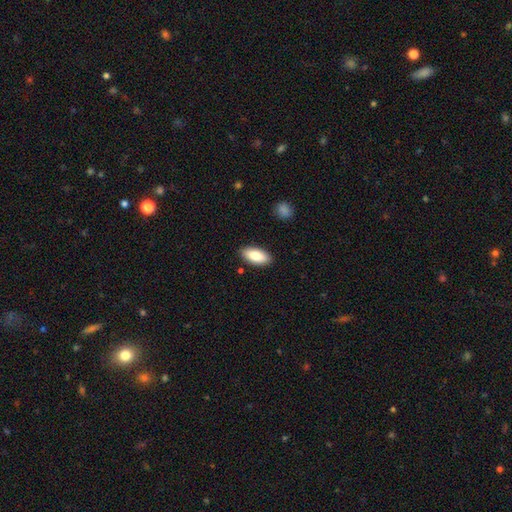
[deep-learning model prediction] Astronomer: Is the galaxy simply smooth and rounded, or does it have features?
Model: smooth — 85%.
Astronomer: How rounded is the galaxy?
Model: in between — 90%.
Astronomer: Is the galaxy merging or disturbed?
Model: none — 88%.